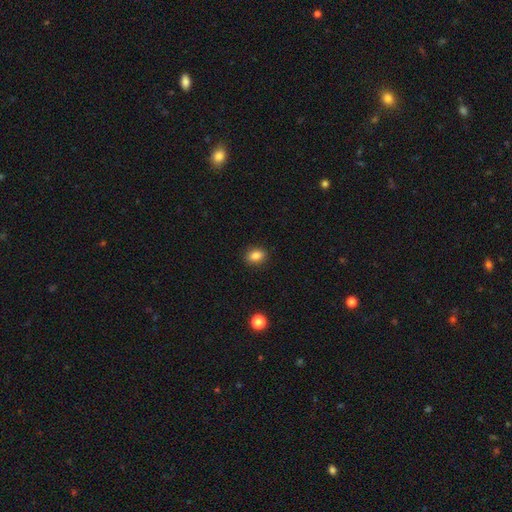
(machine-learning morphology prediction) A smooth galaxy with no disk features (85%) that is in between round and cigar-shaped (72%).

Vote fractions:
- Smooth or featured? smooth: 85% / star or artifact: 10% / featured or disk: 5%
- How rounded? in between: 72% / round: 26% / cigar-shaped: 2%
- Merging? none: 89% / minor disturbance: 8% / major disturbance: 2% / merger: 1%